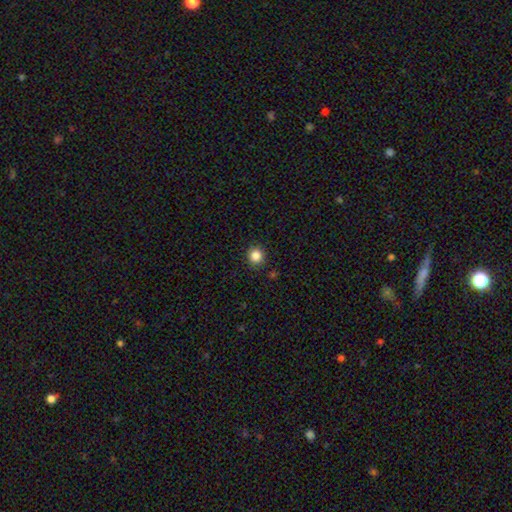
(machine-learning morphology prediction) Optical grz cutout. It shows a smooth galaxy with no disk features (85%) that is round (92%). Merging: none (91%).